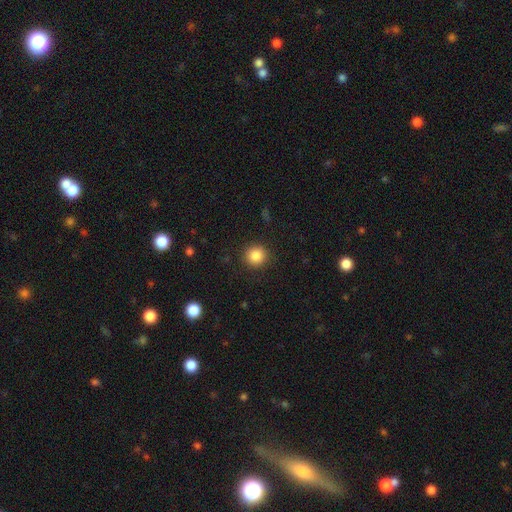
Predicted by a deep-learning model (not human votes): A smooth galaxy with no disk features (86%) that is round (93%).

Vote fractions:
- Smooth or featured? smooth: 86% / star or artifact: 10% / featured or disk: 4%
- How rounded? round: 93% / in between: 6% / cigar-shaped: 1%
- Merging? none: 90% / minor disturbance: 6% / major disturbance: 2% / merger: 1%